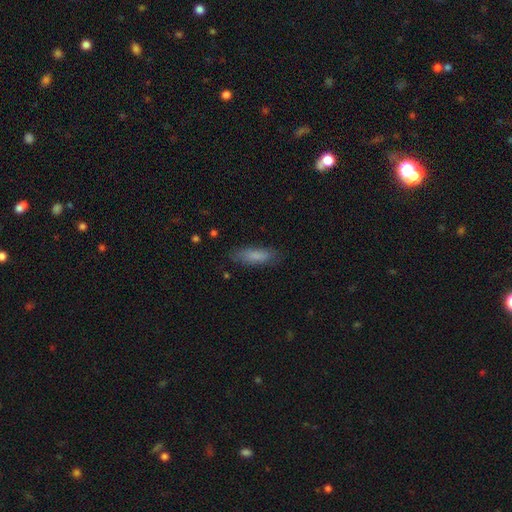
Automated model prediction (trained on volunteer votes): Q: Smooth or featured?
A: smooth (82%); runner-up: featured or disk (10%)
Q: How rounded?
A: cigar-shaped (50%); runner-up: in between (48%)
Q: Merging?
A: none (80%); runner-up: minor disturbance (15%)